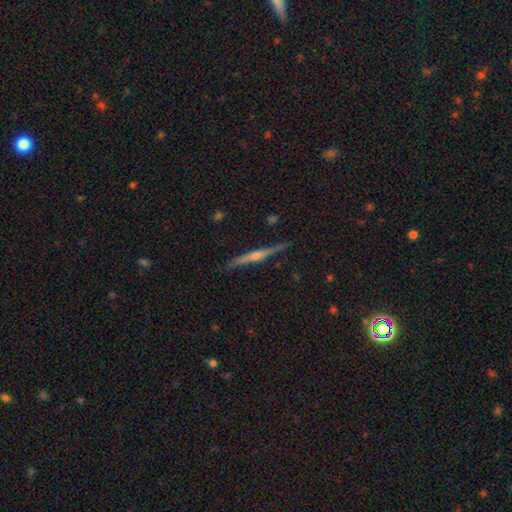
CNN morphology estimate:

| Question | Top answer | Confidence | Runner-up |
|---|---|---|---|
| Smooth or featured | featured or disk | 77% | smooth (17%) |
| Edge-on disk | yes | 98% | no (2%) |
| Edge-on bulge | rounded | 81% | none (12%) |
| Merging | none | 88% | minor disturbance (9%) |